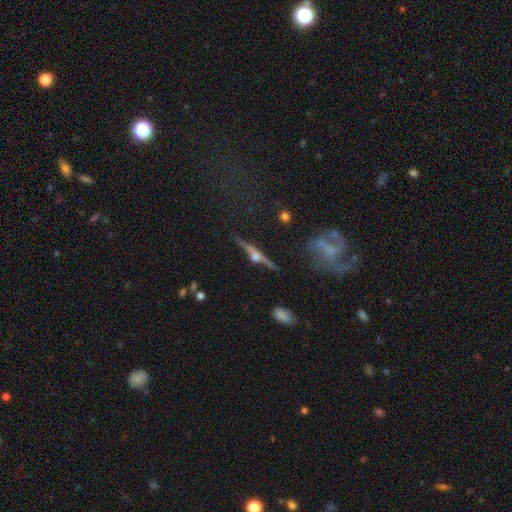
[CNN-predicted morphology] A featured or disk galaxy (78%) viewed edge-on (95%) with a rounded central bulge (90%). Merging: none (77%).